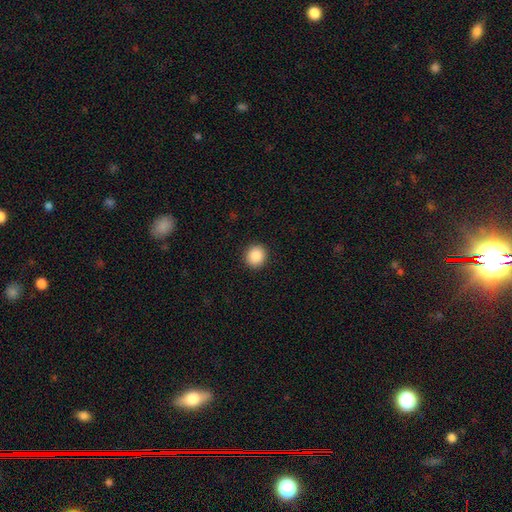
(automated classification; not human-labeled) Overall: smooth (88%). How rounded: round (89%). Merging: none (92%).